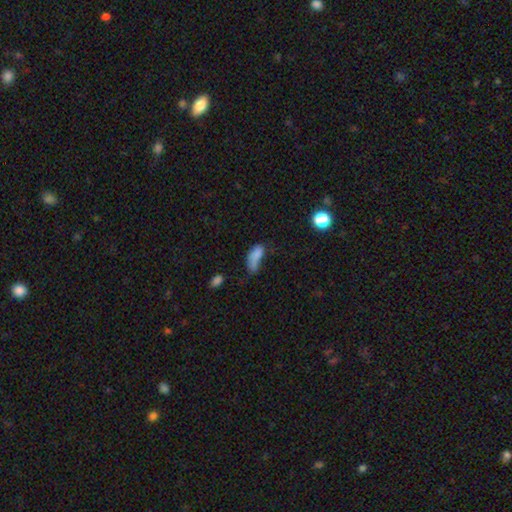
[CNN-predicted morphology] smooth_or_featured: smooth (p=0.75) [alt: featured or disk p=0.14]
how_rounded: in between (p=0.82) [alt: cigar-shaped p=0.13]
merging: major disturbance (p=0.30) [alt: minor disturbance p=0.29]